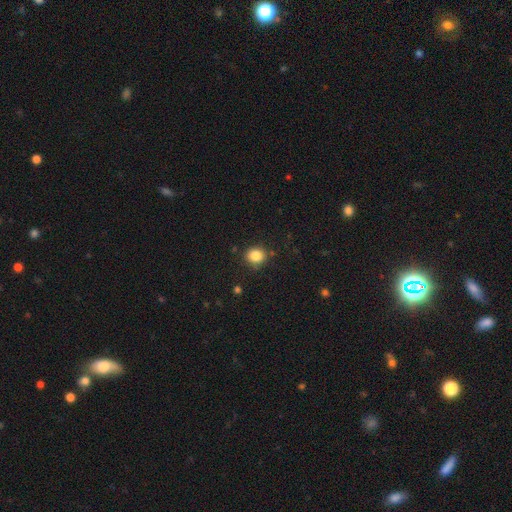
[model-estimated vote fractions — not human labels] A smooth galaxy with no disk features (85%) that is round (79%).

Vote fractions:
- Smooth or featured? smooth: 85% / star or artifact: 11% / featured or disk: 5%
- How rounded? round: 79% / in between: 20% / cigar-shaped: 1%
- Merging? none: 85% / minor disturbance: 10% / major disturbance: 3% / merger: 2%